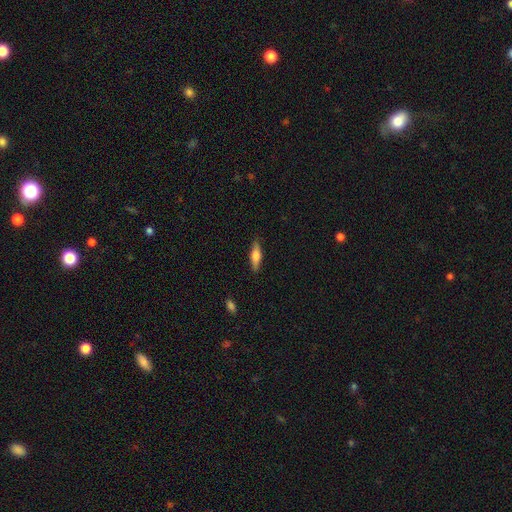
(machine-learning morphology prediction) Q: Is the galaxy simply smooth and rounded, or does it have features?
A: smooth — 58%.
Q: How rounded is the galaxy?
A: cigar-shaped — 57%.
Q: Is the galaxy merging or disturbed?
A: none — 86%.